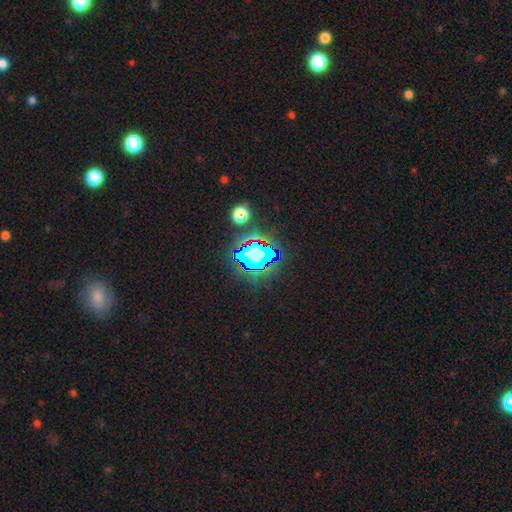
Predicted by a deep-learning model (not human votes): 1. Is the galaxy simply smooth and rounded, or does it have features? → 57% star or artifact, 27% smooth, 17% featured or disk.